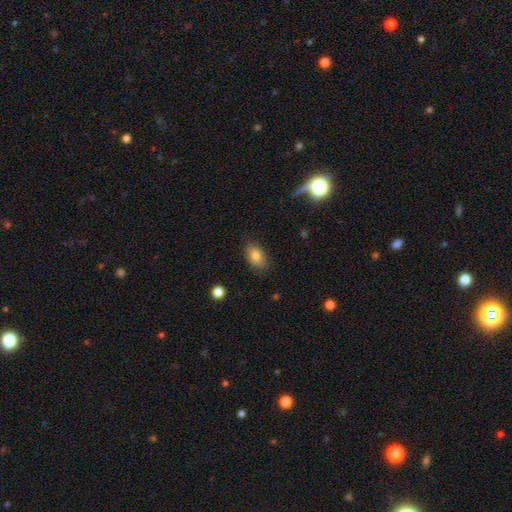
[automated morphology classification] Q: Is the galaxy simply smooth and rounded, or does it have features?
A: smooth — 82%.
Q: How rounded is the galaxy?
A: in between — 87%.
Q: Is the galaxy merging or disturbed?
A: none — 83%.